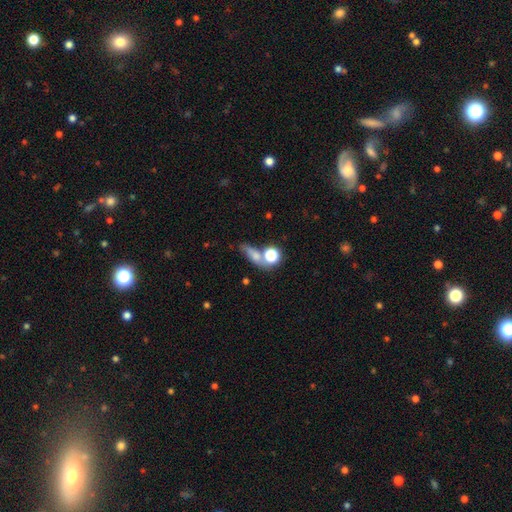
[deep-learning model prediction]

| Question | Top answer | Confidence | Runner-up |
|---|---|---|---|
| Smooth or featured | smooth | 60% | featured or disk (22%) |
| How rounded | in between | 39% | round (37%) |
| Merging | none | 43% | merger (28%) |